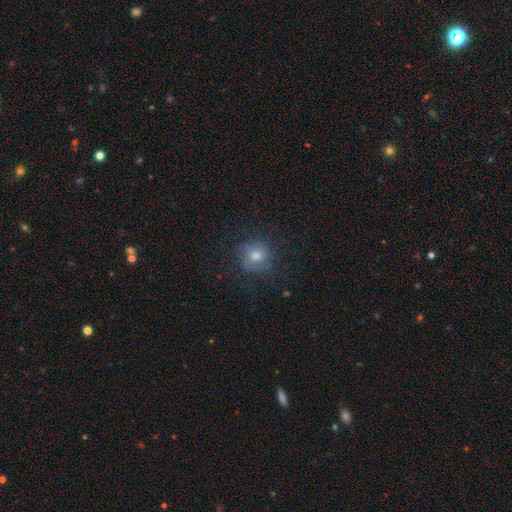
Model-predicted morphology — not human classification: This is likely a smooth galaxy (64%). How rounded: clearly round (87%). Merging: likely none (78%).